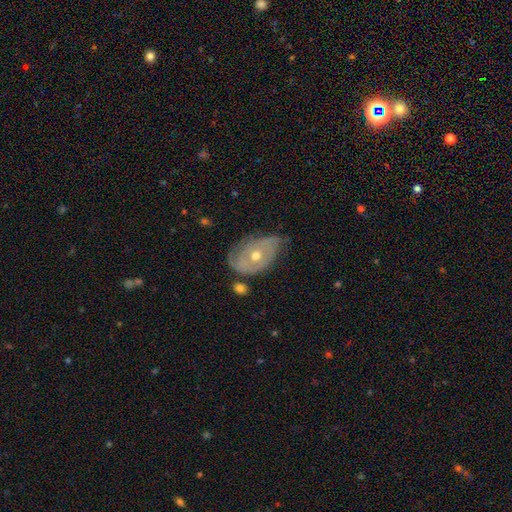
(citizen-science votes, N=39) Smooth or featured?
  - featured or disk: 79% *
  - smooth: 18%
  - star or artifact: 3%
Edge-on disk?
  - no: 90% *
  - yes: 10%
Bar?
  - no: 86% *
  - weak: 11%
  - strong: 4%
Spiral arms?
  - yes: 68% *
  - no: 32%
Spiral winding?
  - tight: 53% *
  - medium: 37%
  - loose: 11%
Spiral arm count?
  - can't tell: 53% *
  - 1: 21%
  - 2: 21%
  - 4: 5%
  - 3: 0%
  - more than 4: 0%
Bulge size?
  - moderate: 57% *
  - small: 32%
  - large: 11%
  - dominant: 0%
  - none: 0%
Merging?
  - minor disturbance: 45% *
  - none: 42%
  - major disturbance: 13%
  - merger: 0%